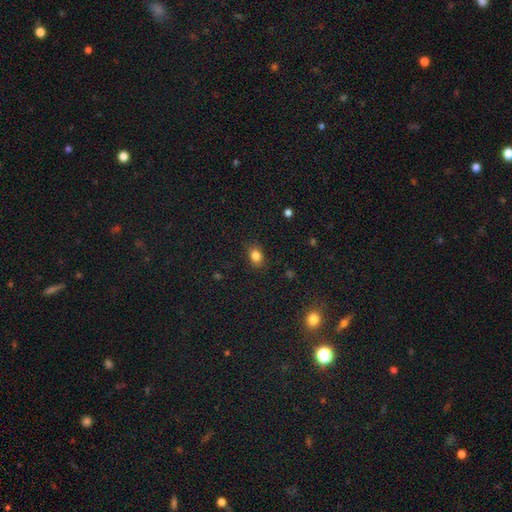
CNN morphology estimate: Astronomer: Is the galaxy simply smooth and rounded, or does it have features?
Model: smooth — 83%.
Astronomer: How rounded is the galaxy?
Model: in between — 55% (runner-up: round, 43%).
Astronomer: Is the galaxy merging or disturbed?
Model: none — 81%.